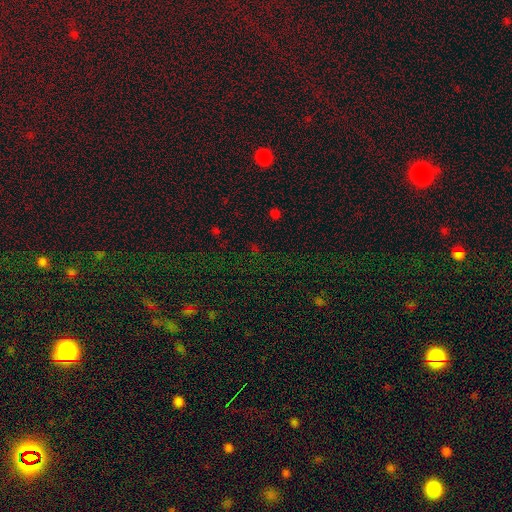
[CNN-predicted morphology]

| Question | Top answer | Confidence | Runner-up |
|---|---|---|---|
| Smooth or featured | star or artifact | 73% | smooth (18%) |